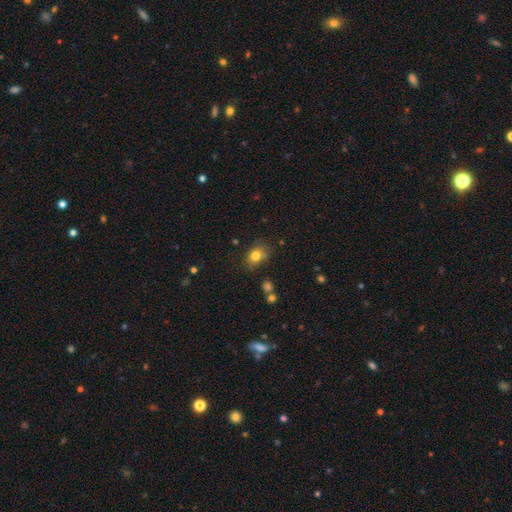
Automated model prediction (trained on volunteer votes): Morphology: type=smooth (80%); roundness=in between (57%); merging=none (70%).